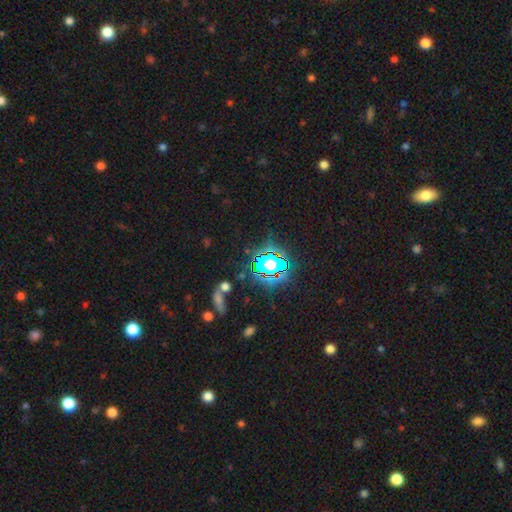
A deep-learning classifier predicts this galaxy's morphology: Smooth or featured?
  - star or artifact: 78% *
  - smooth: 13%
  - featured or disk: 9%